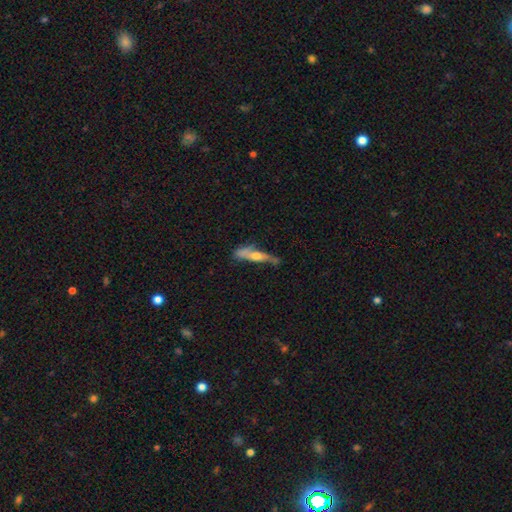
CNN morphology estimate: Smooth or featured? Predicted: featured or disk (p=0.47). Merging? Predicted: none (p=0.47).